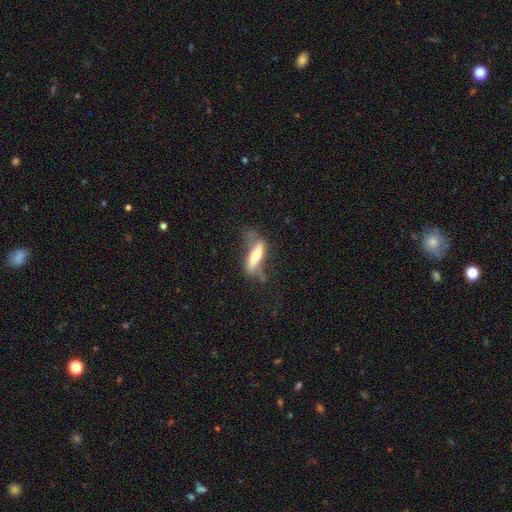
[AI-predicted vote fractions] Morphology: type=featured or disk (49%); merging=none (42%).